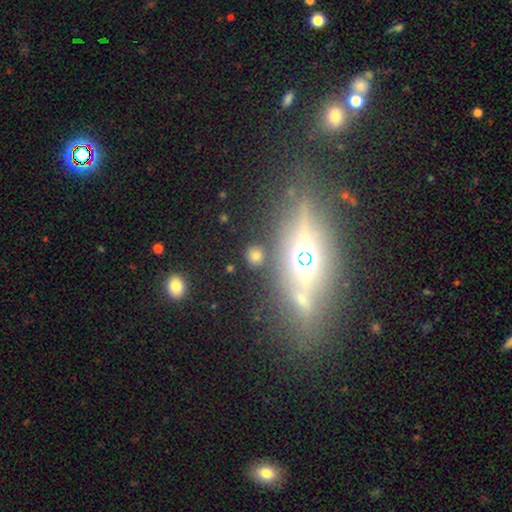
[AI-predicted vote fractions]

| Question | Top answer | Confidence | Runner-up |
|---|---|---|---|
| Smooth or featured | smooth | 63% | star or artifact (25%) |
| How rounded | round | 82% | in between (15%) |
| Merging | none | 84% | minor disturbance (8%) |